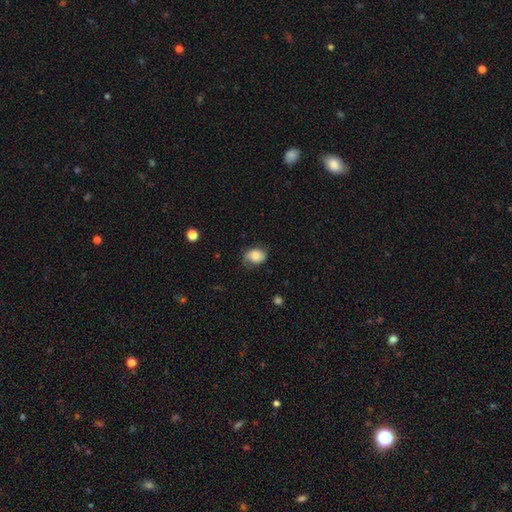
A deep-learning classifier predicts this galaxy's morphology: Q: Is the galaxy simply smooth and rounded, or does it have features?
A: smooth — 67%.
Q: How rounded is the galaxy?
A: in between — 66%.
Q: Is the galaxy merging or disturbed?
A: none — 54%.